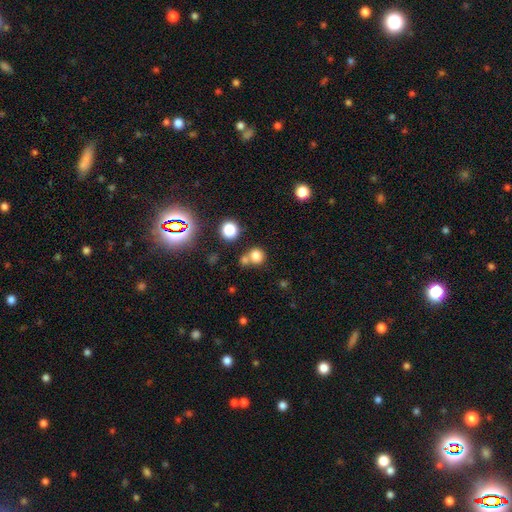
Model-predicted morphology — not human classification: Q: Smooth or featured?
A: smooth (77%); runner-up: star or artifact (16%)
Q: How rounded?
A: round (86%); runner-up: in between (13%)
Q: Merging?
A: none (59%); runner-up: merger (29%)